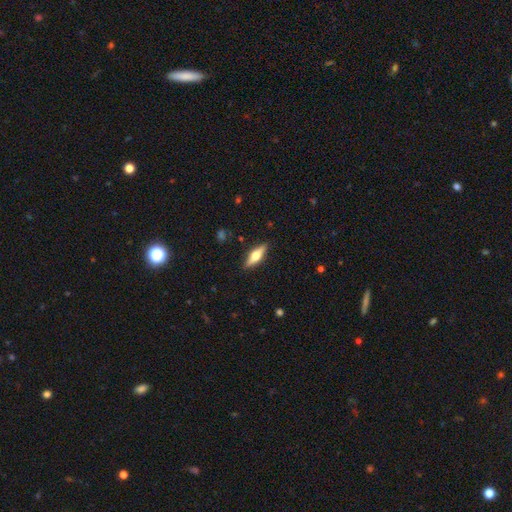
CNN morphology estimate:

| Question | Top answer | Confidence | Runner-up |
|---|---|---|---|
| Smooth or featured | featured or disk | 56% | smooth (38%) |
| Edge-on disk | yes | 94% | no (6%) |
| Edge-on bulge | rounded | 94% | boxy (4%) |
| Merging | none | 89% | minor disturbance (8%) |